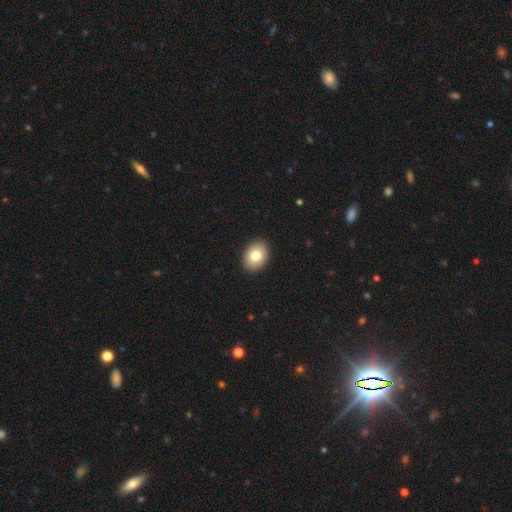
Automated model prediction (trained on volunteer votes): smooth 79%, featured or disk 13%, star or artifact 8%. Down the decision tree: how rounded — in between (64%); merging — none (92%).